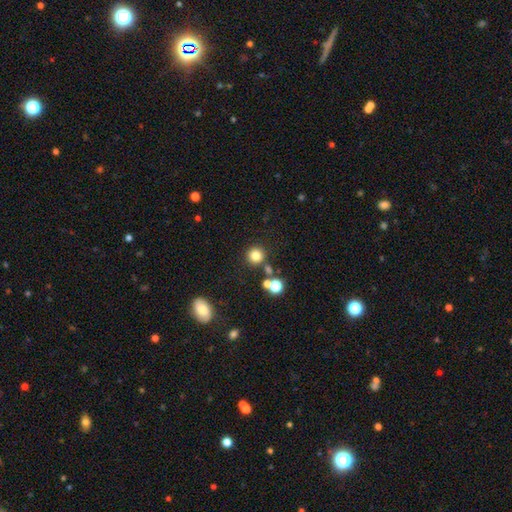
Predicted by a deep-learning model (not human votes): smooth 80%, star or artifact 14%, featured or disk 6%. Down the decision tree: how rounded — round (94%); merging — none (82%).